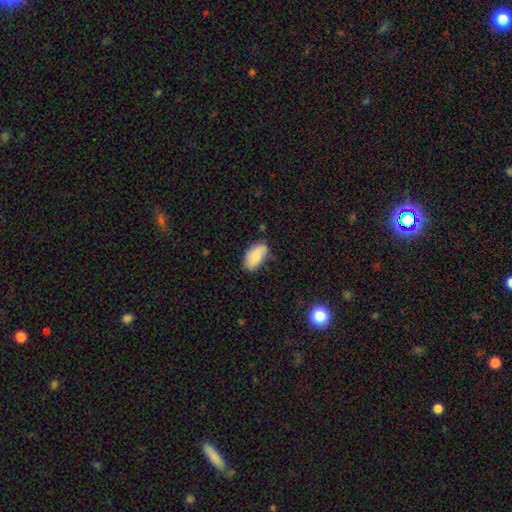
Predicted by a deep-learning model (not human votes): Q: Smooth or featured?
A: smooth (80%); runner-up: featured or disk (13%)
Q: How rounded?
A: in between (94%); runner-up: round (4%)
Q: Merging?
A: none (63%); runner-up: minor disturbance (29%)